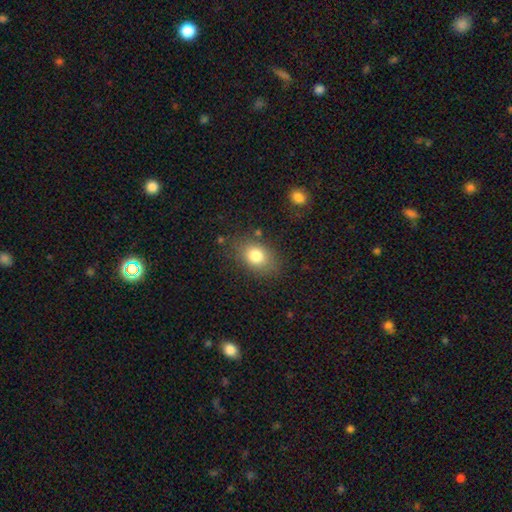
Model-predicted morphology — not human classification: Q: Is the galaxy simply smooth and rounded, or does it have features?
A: smooth — 80%.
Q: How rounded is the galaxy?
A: in between — 72%.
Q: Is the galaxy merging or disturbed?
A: none — 78%.